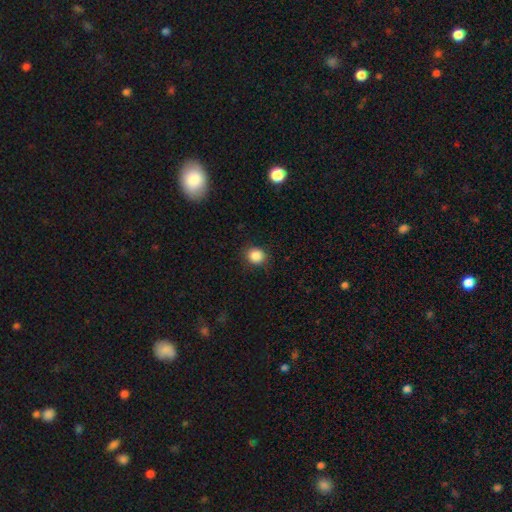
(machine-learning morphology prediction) smooth 87%, star or artifact 10%, featured or disk 3%. Down the decision tree: how rounded — round (82%); merging — none (86%).